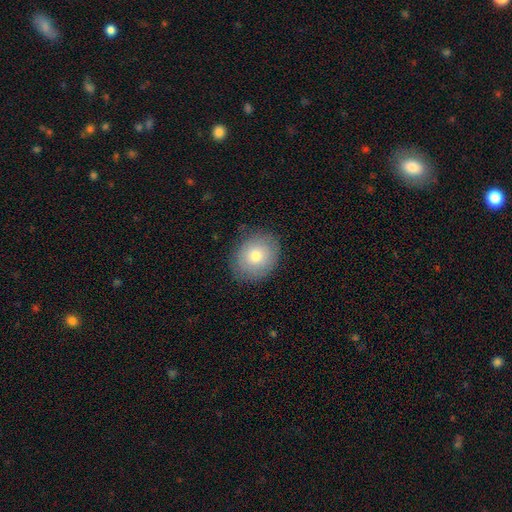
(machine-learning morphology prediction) Smooth or featured?
  - smooth: 74% *
  - featured or disk: 17%
  - star or artifact: 9%
How rounded?
  - round: 58% *
  - in between: 41%
  - cigar-shaped: 1%
Merging?
  - none: 84% *
  - minor disturbance: 12%
  - major disturbance: 3%
  - merger: 1%